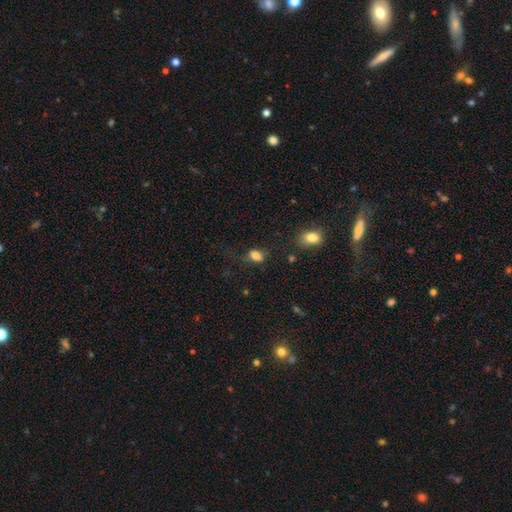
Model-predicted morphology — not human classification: Q: Smooth or featured?
A: smooth (82%); runner-up: star or artifact (11%)
Q: How rounded?
A: in between (76%); runner-up: round (22%)
Q: Merging?
A: none (59%); runner-up: minor disturbance (24%)